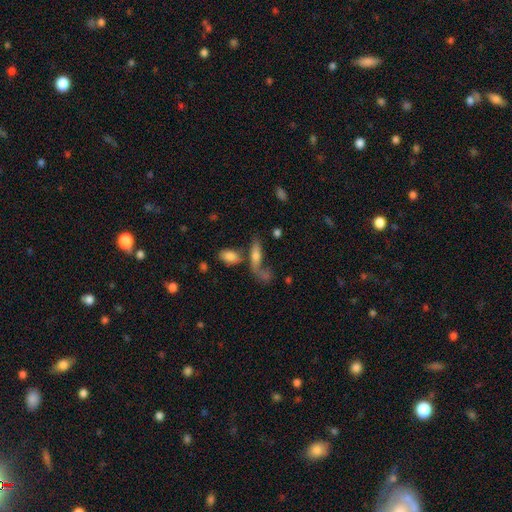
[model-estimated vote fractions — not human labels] Overall: smooth (58%; featured or disk 32%). How rounded: in between (55%; cigar-shaped 40%). Merging: none (35%; merger 27%).